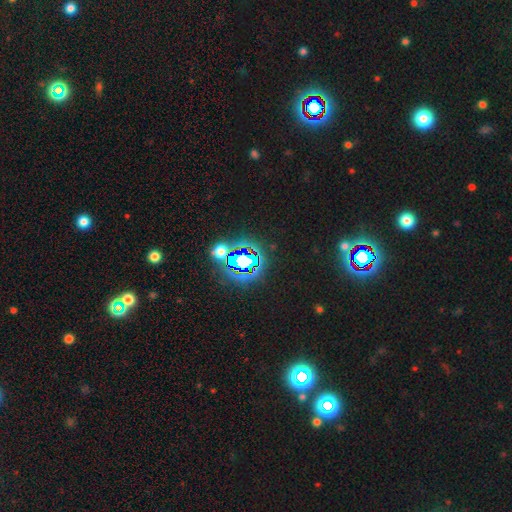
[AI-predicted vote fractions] Morphology: type=star or artifact (80%).